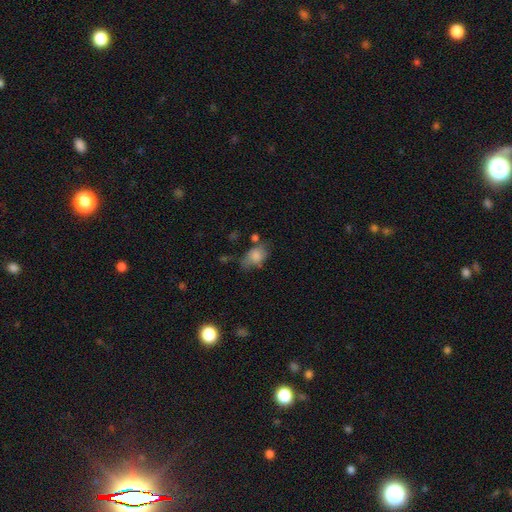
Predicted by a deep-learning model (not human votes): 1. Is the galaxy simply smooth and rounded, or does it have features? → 77% smooth, 14% featured or disk, 9% star or artifact.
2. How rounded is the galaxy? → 82% in between, 16% round, 2% cigar-shaped.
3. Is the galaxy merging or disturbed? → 41% none, 32% minor disturbance, 15% major disturbance, 12% merger.